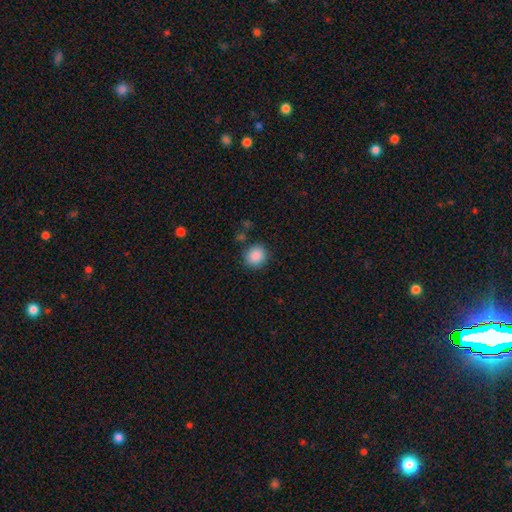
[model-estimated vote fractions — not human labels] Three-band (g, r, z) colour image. It shows a smooth galaxy with no disk features (88%) that is round (80%). Merging: none (85%).